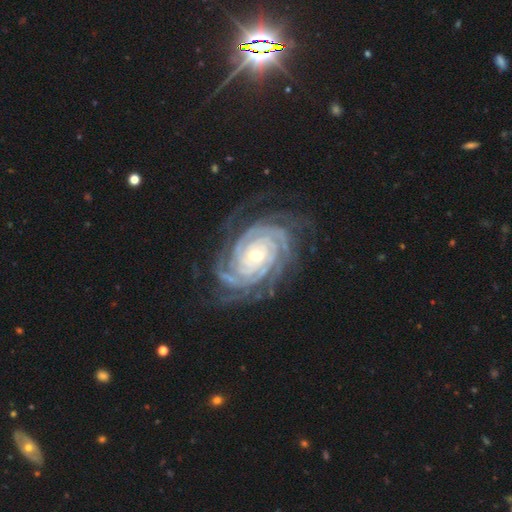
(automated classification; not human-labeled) Smooth or featured: featured or disk — 93% (star or artifact — 4%)
Edge-on disk: no — 97% (yes — 3%)
Bar: no — 57% (weak — 27%)
Spiral arms: yes — 99% (no — 1%)
Spiral winding: tight — 86% (medium — 12%)
Spiral arm count: 4 — 27% (more than 4 — 24%)
Bulge size: moderate — 52% (small — 44%)
Merging: none — 75% (minor disturbance — 16%)